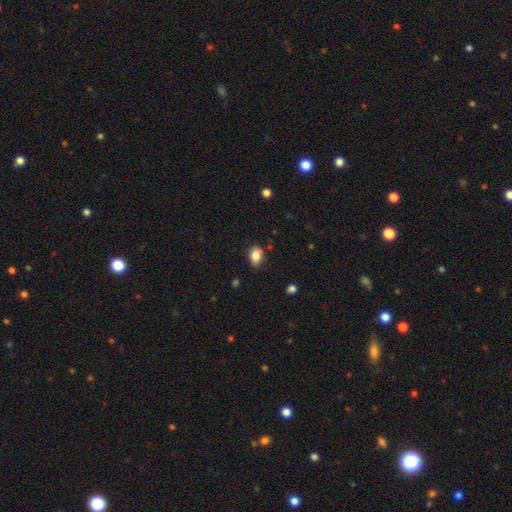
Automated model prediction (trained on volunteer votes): Overall: smooth (85%). How rounded: in between (80%). Merging: none (78%).